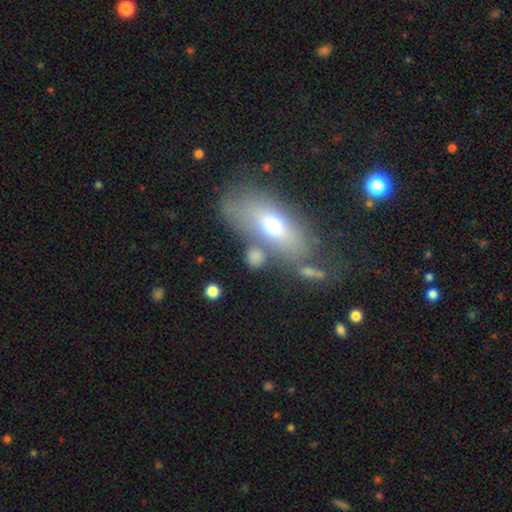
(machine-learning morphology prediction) The model was most divided on "how rounded": in between: 56%, round: 30%, cigar-shaped: 14%. More confident: smooth or featured — smooth (62%); merging — none (54%).